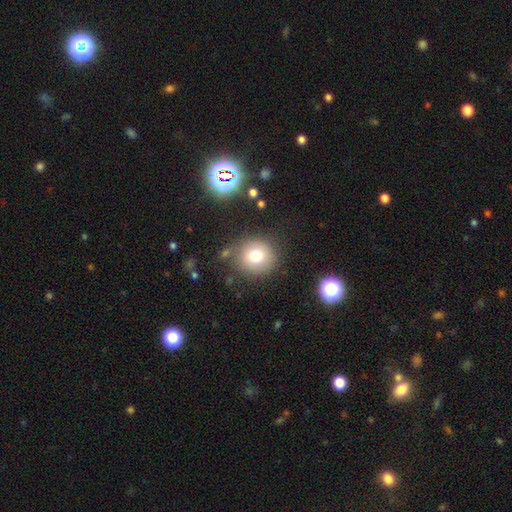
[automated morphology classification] The model was most divided on "smooth or featured": smooth: 75%, star or artifact: 13%, featured or disk: 12%. More confident: how rounded — round (89%); merging — none (79%).